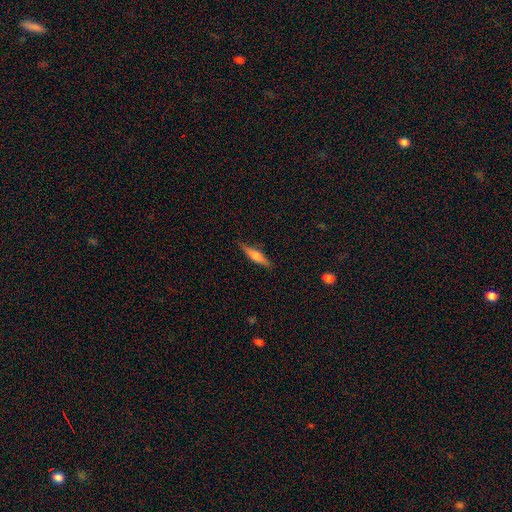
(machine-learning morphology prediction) Smooth or featured? smooth (48%)
Merging? none (86%)